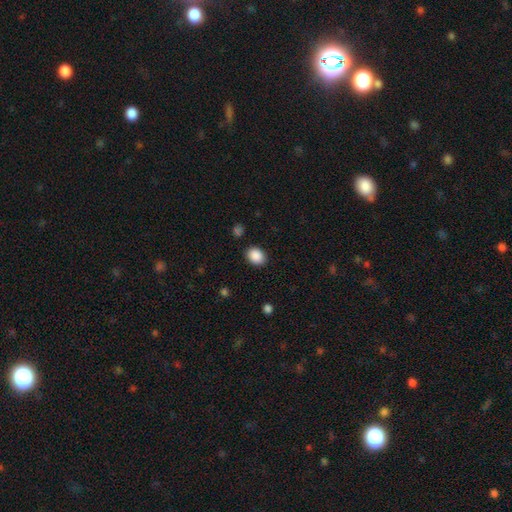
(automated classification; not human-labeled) This appears to be a smooth galaxy with no disk features (89%) that is in between round and cigar-shaped (61%). Merging: none (87%).